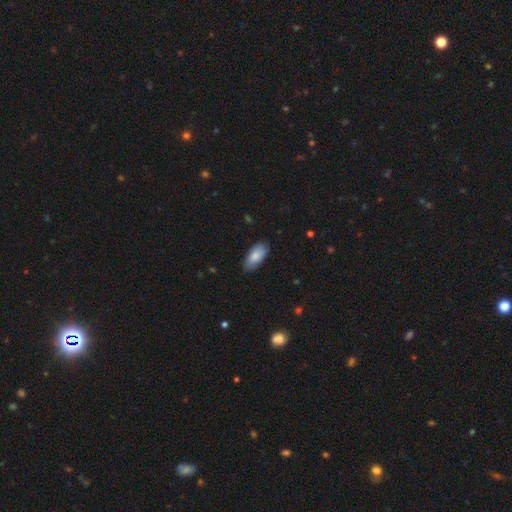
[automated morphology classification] This is clearly a smooth galaxy (82%). How rounded: clearly in between (91%). Merging: likely none (80%).